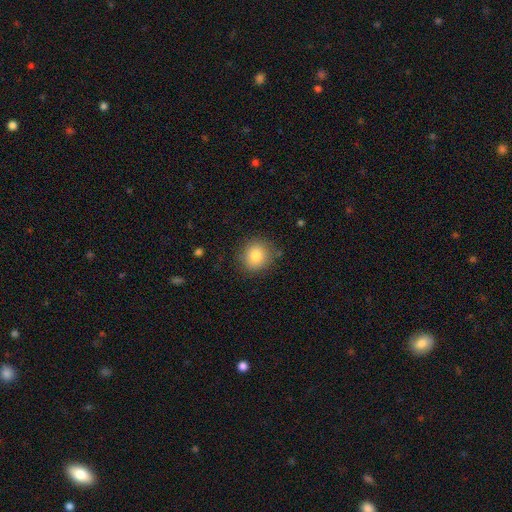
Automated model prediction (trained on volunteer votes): Morphology: type=smooth (82%); roundness=round (86%); merging=none (83%).